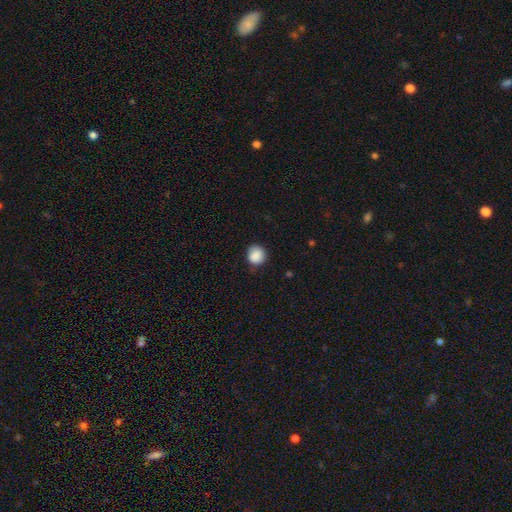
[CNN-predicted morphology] A smooth galaxy with no disk features (88%) that is round (88%). Merging: none (79%).